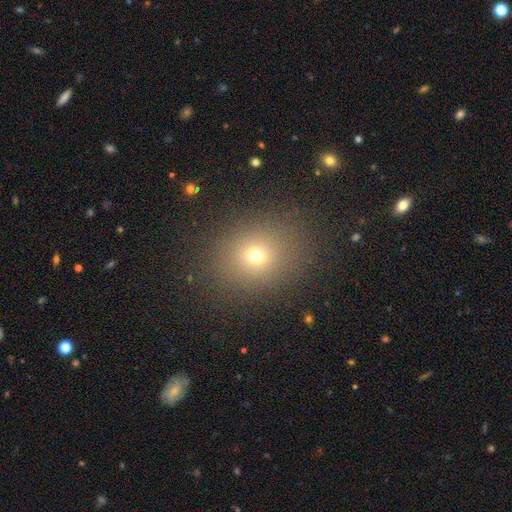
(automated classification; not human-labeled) This is likely a smooth galaxy (68%). How rounded: likely round (62%). Merging: clearly none (85%).